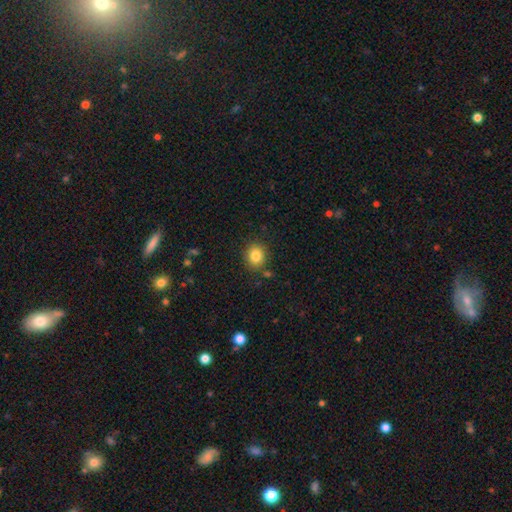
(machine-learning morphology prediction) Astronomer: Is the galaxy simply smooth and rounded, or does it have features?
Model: smooth — 84%.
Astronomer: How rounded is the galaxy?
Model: round — 68%.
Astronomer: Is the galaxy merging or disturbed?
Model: none — 86%.